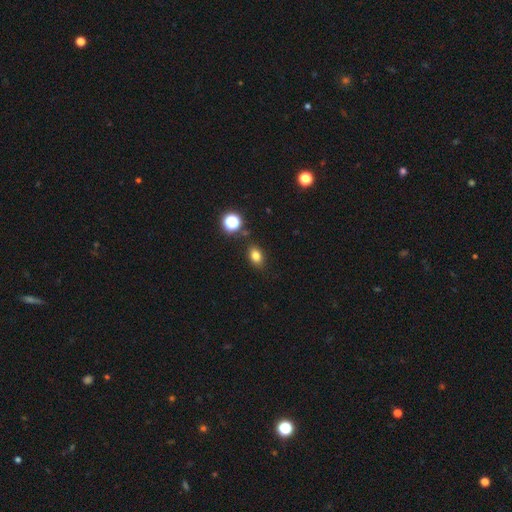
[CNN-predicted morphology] Smooth or featured? Predicted: smooth (p=0.79). How rounded? Predicted: in between (p=0.73). Merging? Predicted: none (p=0.84).